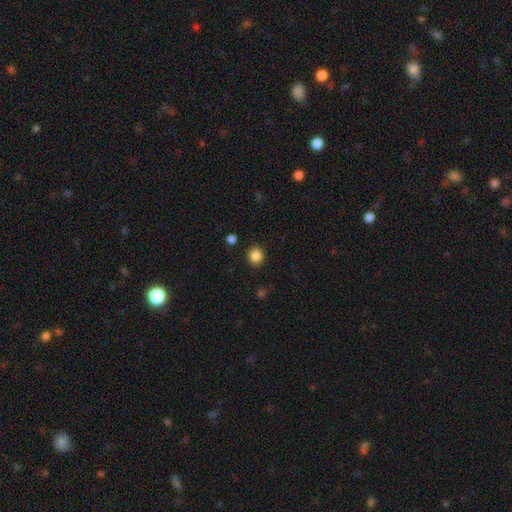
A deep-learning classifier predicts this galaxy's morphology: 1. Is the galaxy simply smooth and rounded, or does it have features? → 86% smooth, 11% star or artifact, 4% featured or disk.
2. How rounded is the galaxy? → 86% round, 13% in between, 1% cigar-shaped.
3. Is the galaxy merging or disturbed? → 89% none, 7% minor disturbance, 2% major disturbance, 2% merger.